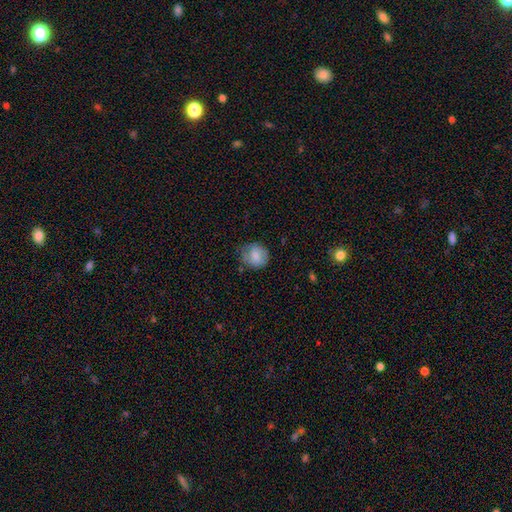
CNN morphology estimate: Overall: smooth (78%). How rounded: round (81%). Merging: none (66%).